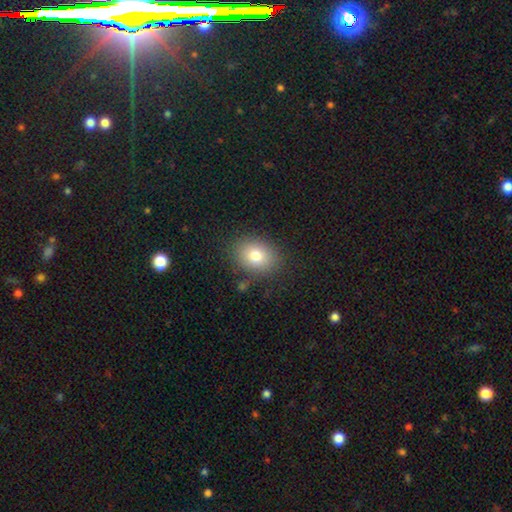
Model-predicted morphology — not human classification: smooth 79%, featured or disk 10%, star or artifact 10%. Down the decision tree: how rounded — in between (57%); merging — none (85%).